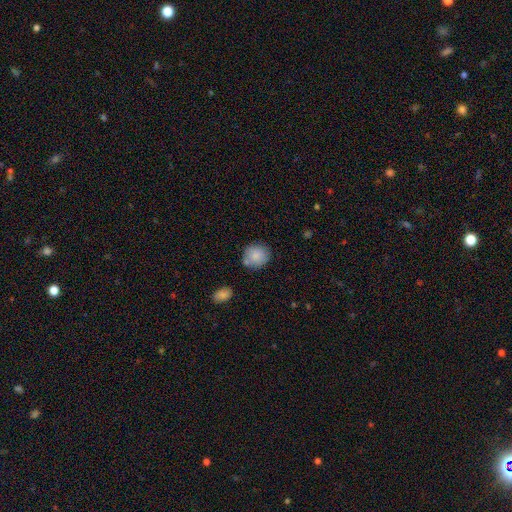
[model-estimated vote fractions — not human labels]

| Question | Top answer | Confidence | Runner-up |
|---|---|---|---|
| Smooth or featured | smooth | 84% | featured or disk (9%) |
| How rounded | round | 84% | in between (15%) |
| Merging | none | 73% | minor disturbance (14%) |